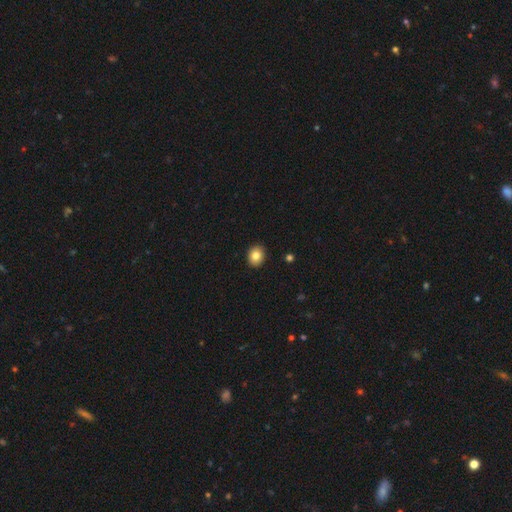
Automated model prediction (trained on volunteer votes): A smooth galaxy with no disk features (83%) that is round (58%).

Vote fractions:
- Smooth or featured? smooth: 83% / star or artifact: 9% / featured or disk: 8%
- How rounded? round: 58% / in between: 41% / cigar-shaped: 1%
- Merging? none: 91% / minor disturbance: 6% / major disturbance: 2% / merger: 1%